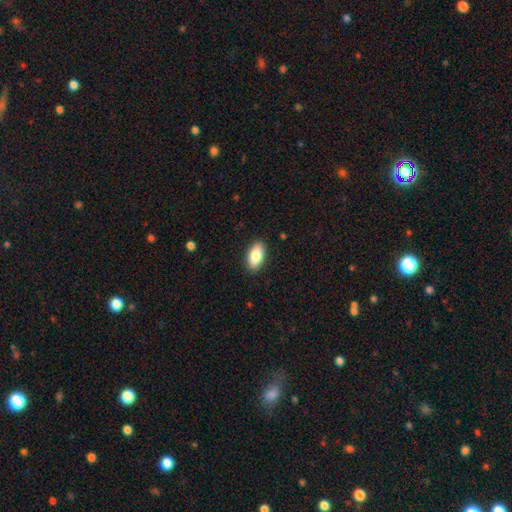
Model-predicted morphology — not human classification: Smooth or featured: smooth — 84% (featured or disk — 9%)
How rounded: in between — 90% (cigar-shaped — 7%)
Merging: none — 89% (minor disturbance — 8%)